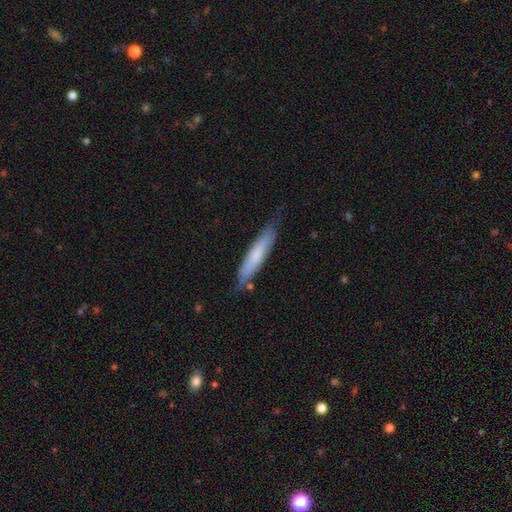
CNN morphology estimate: Q: Smooth or featured?
A: smooth (64%); runner-up: featured or disk (30%)
Q: How rounded?
A: cigar-shaped (86%); runner-up: in between (13%)
Q: Merging?
A: none (69%); runner-up: minor disturbance (23%)